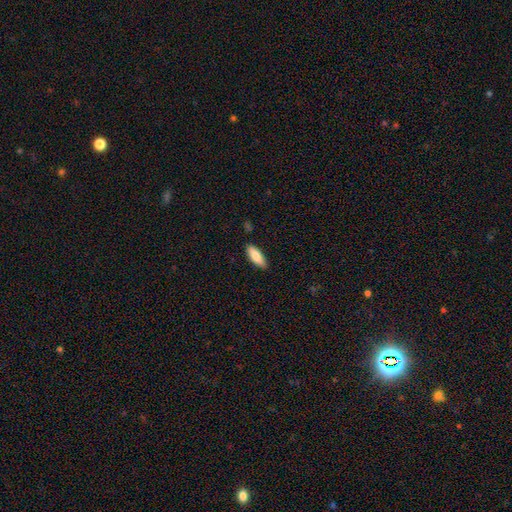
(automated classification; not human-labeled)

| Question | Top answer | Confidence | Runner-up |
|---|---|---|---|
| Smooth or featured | smooth | 83% | featured or disk (11%) |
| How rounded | in between | 74% | cigar-shaped (24%) |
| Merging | none | 84% | minor disturbance (12%) |